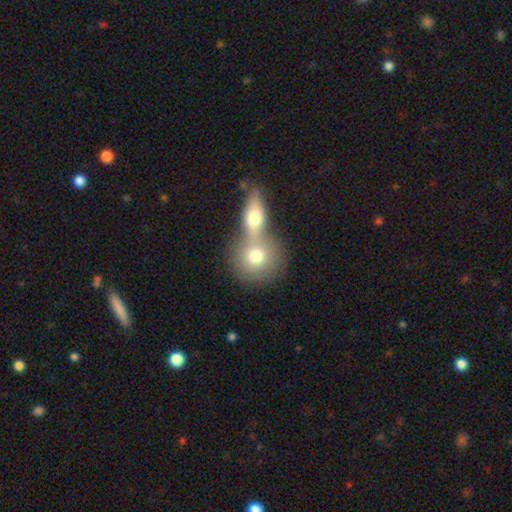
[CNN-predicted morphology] Smooth or featured? smooth (73%)
How rounded? round (78%)
Merging? merger (57%)